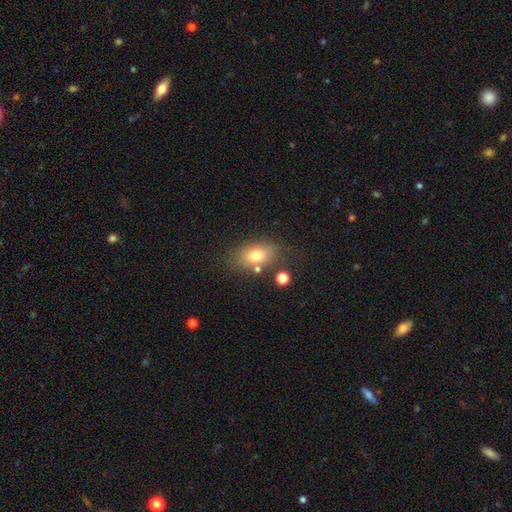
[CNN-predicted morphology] Q: Smooth or featured?
A: smooth (73%); runner-up: featured or disk (16%)
Q: How rounded?
A: in between (80%); runner-up: round (18%)
Q: Merging?
A: none (72%); runner-up: minor disturbance (14%)